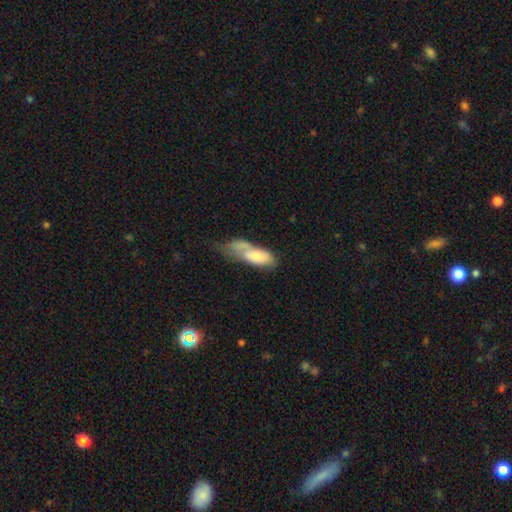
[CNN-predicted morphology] Q: Smooth or featured?
A: smooth (67%); runner-up: featured or disk (26%)
Q: How rounded?
A: in between (73%); runner-up: cigar-shaped (24%)
Q: Merging?
A: merger (29%); runner-up: major disturbance (27%)